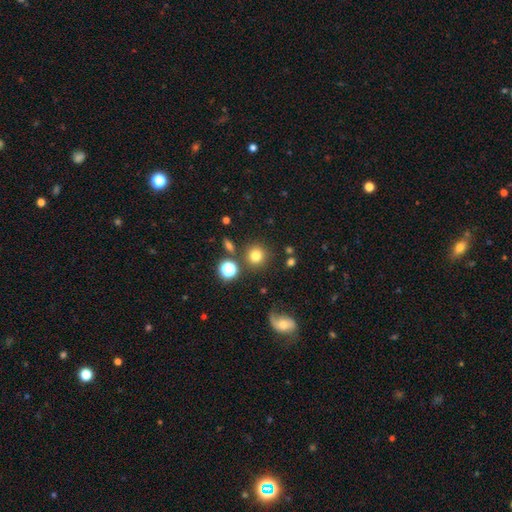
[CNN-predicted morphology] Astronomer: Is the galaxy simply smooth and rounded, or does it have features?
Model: smooth — 77%.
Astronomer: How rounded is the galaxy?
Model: round — 92%.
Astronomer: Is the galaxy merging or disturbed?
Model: none — 82%.